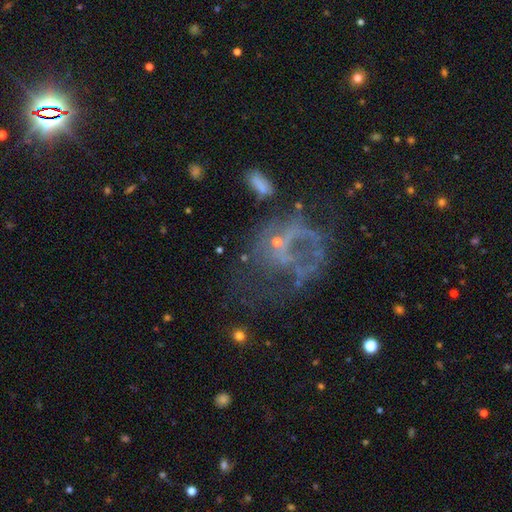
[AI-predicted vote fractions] Morphology: type=featured or disk (57%); edge-on=no (97%); bar=no (85%); spiral arms=no (74%); bulge=none (44%); merging=major disturbance (47%).